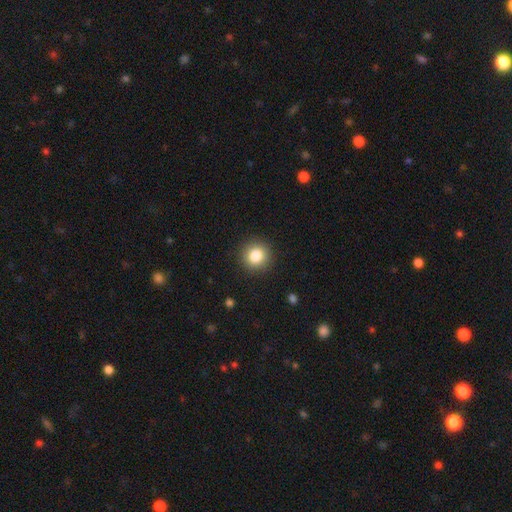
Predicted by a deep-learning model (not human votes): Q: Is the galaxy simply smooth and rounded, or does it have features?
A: smooth — 84%.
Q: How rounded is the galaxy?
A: round — 92%.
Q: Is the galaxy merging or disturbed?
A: none — 91%.